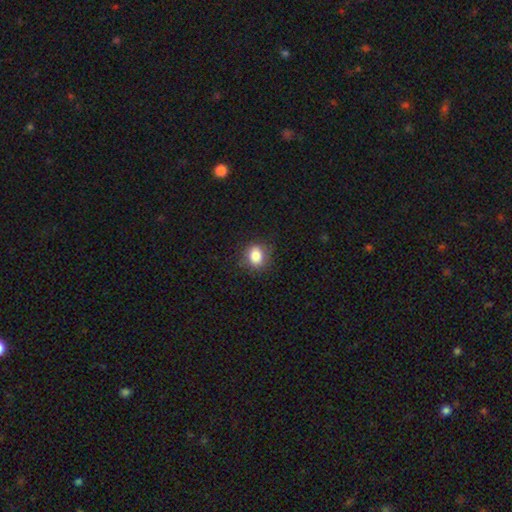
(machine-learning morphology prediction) Q: Smooth or featured?
A: smooth (83%); runner-up: star or artifact (10%)
Q: How rounded?
A: round (62%); runner-up: in between (37%)
Q: Merging?
A: none (82%); runner-up: minor disturbance (14%)